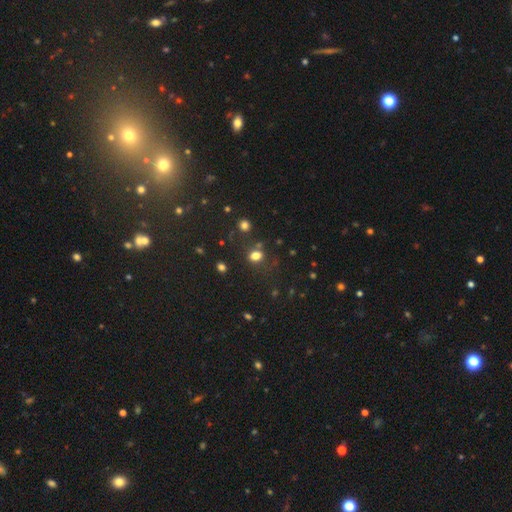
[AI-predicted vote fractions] Q: Smooth or featured?
A: smooth (74%); runner-up: star or artifact (19%)
Q: How rounded?
A: in between (50%); runner-up: round (49%)
Q: Merging?
A: none (68%); runner-up: minor disturbance (14%)